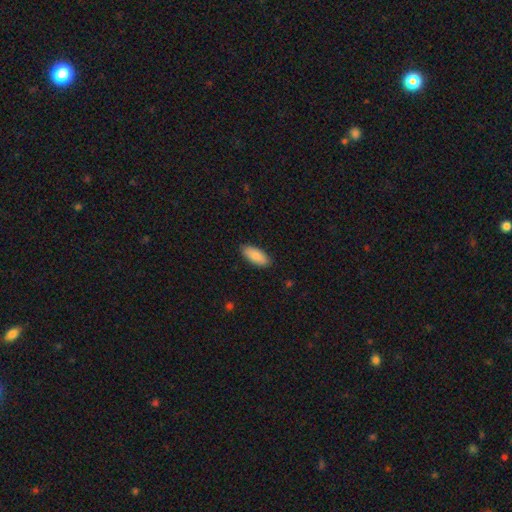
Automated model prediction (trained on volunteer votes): Smooth or featured: smooth — 89% (star or artifact — 6%)
How rounded: in between — 86% (cigar-shaped — 12%)
Merging: none — 88% (minor disturbance — 9%)